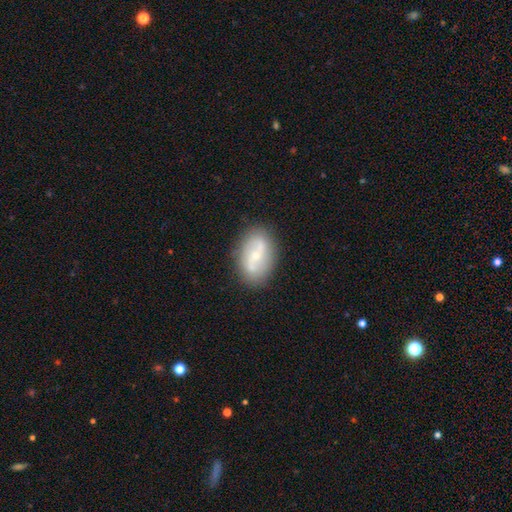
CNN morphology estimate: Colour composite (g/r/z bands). It shows a featured or disk galaxy (65%) with a weak bar (39%, tied with no), spiral arms (75%) and a small central bulge (63%). Merging: none (82%).